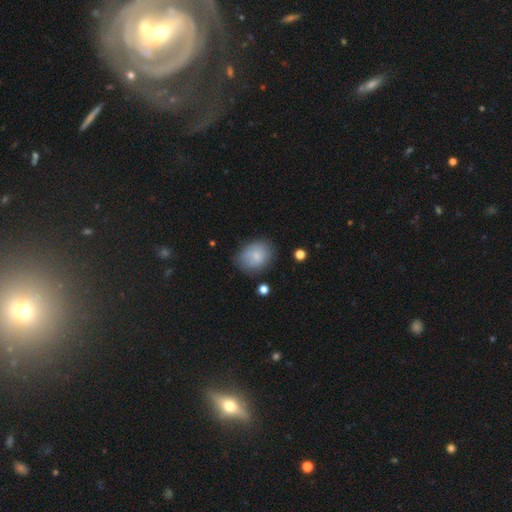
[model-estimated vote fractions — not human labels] smooth 70%, featured or disk 22%, star or artifact 8%. Down the decision tree: how rounded — round (50%); merging — none (63%).